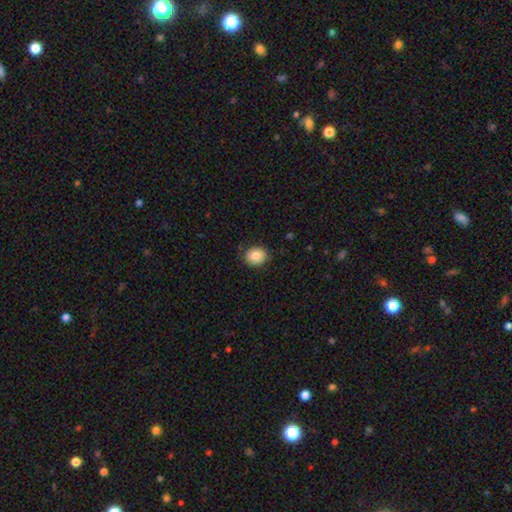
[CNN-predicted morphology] Q: Smooth or featured?
A: smooth (85%); runner-up: star or artifact (8%)
Q: How rounded?
A: round (60%); runner-up: in between (39%)
Q: Merging?
A: none (83%); runner-up: minor disturbance (13%)